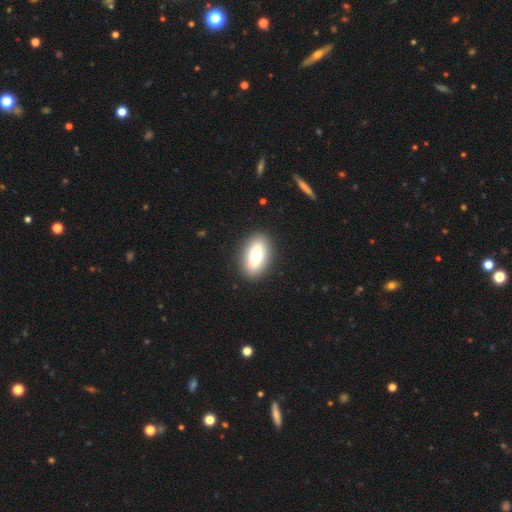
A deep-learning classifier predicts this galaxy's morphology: smooth_or_featured: smooth (p=0.73) [alt: featured or disk p=0.20]
how_rounded: in between (p=0.92) [alt: round p=0.05]
merging: none (p=0.89) [alt: minor disturbance p=0.08]